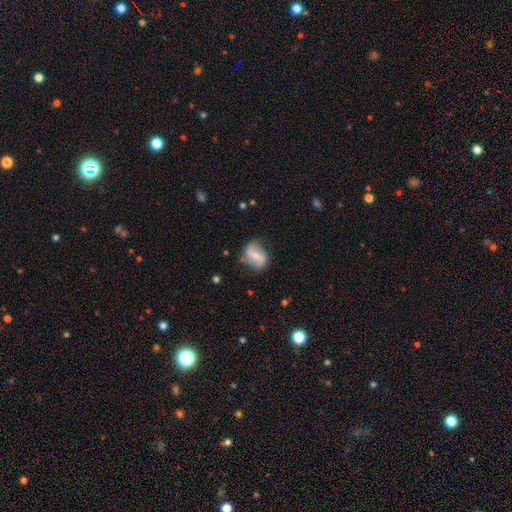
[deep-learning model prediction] This appears to be a featured or disk galaxy (54%) with a strong bar (41%), spiral arms (65%) and a moderate central bulge (47%, tied with small). Merging: none (66%).